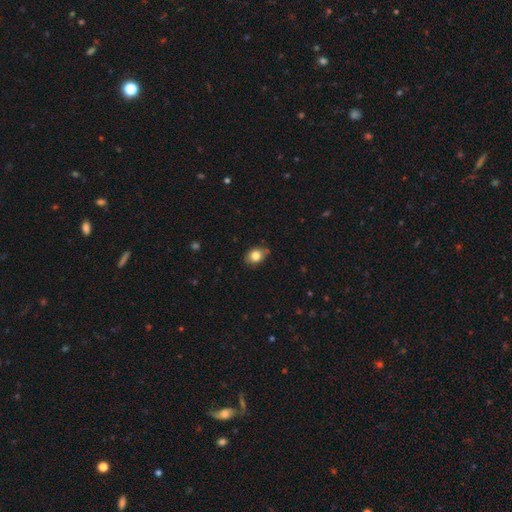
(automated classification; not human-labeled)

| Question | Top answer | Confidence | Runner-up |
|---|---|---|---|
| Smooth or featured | smooth | 81% | featured or disk (10%) |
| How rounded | in between | 72% | round (27%) |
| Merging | none | 78% | minor disturbance (18%) |